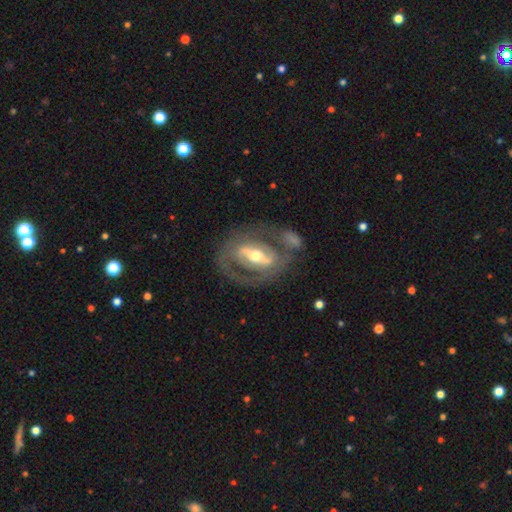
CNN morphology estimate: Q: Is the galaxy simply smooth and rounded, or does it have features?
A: featured or disk — 78%.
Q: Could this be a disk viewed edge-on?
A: no — 92%.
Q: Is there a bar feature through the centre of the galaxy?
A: strong — 56%.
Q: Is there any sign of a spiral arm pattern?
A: yes — 54%.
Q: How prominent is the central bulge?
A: moderate — 70%.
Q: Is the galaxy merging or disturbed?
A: none — 57%.